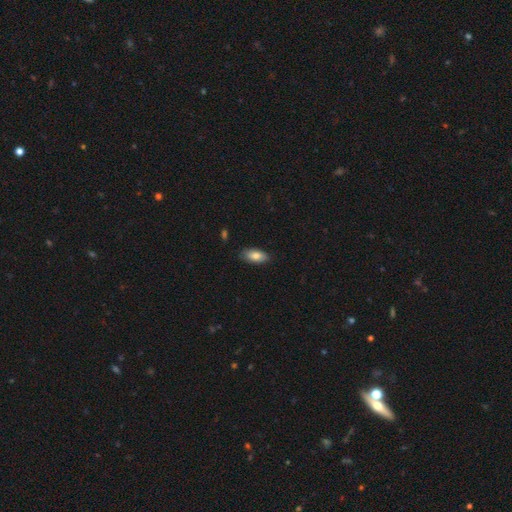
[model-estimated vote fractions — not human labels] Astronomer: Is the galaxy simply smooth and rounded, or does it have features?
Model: smooth — 81%.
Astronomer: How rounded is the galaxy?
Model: in between — 91%.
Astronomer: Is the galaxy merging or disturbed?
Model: none — 83%.